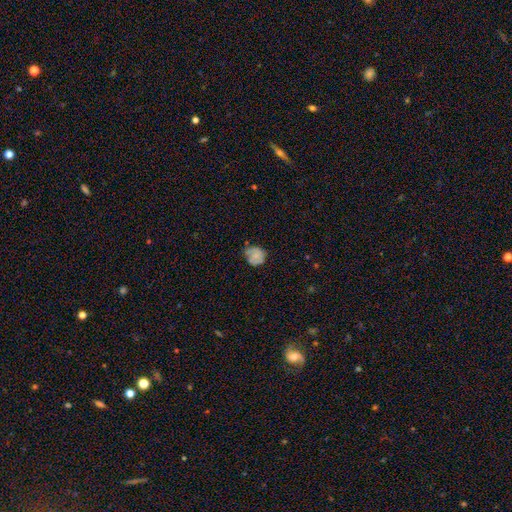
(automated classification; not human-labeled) Smooth or featured?
  - smooth: 66% *
  - featured or disk: 25%
  - star or artifact: 9%
How rounded?
  - round: 76% *
  - in between: 23%
  - cigar-shaped: 1%
Merging?
  - none: 55% *
  - minor disturbance: 34%
  - major disturbance: 9%
  - merger: 2%